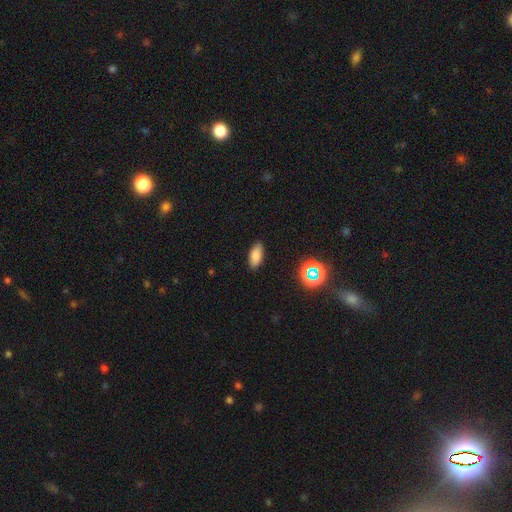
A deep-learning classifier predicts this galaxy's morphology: This is clearly a smooth galaxy (81%). How rounded: clearly in between (86%). Merging: clearly none (86%).